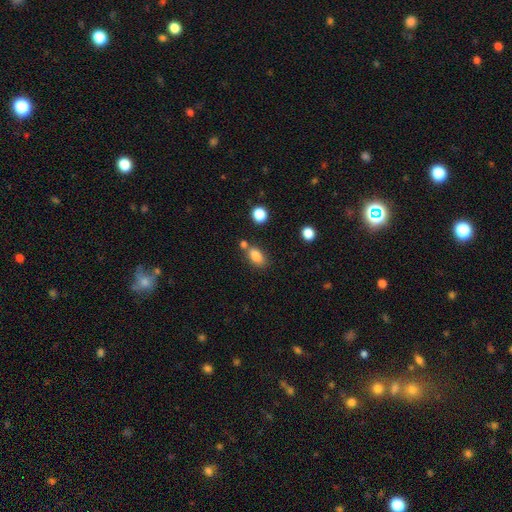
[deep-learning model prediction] A smooth galaxy with no disk features (82%) that is in between round and cigar-shaped (85%). Merging: none (65%).